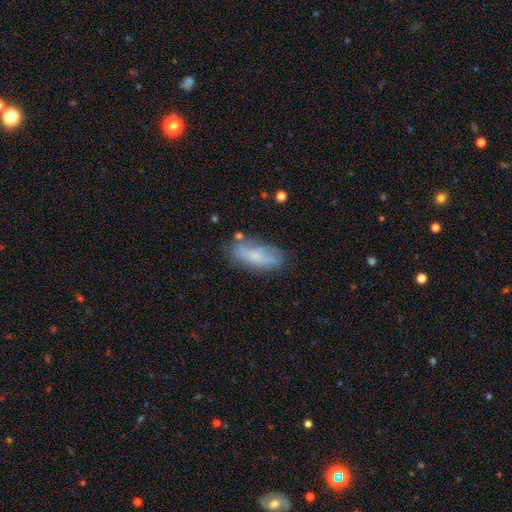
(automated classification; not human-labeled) Overall: smooth (62%; featured or disk 29%). How rounded: in between (77%). Merging: none (62%; minor disturbance 25%).